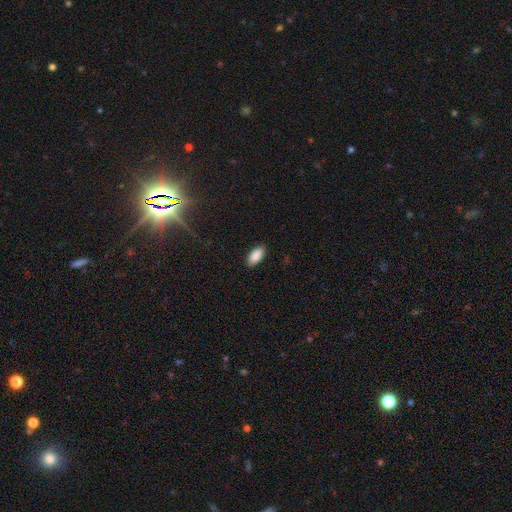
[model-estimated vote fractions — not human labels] This is clearly a smooth galaxy (89%). How rounded: clearly in between (89%). Merging: clearly none (88%).